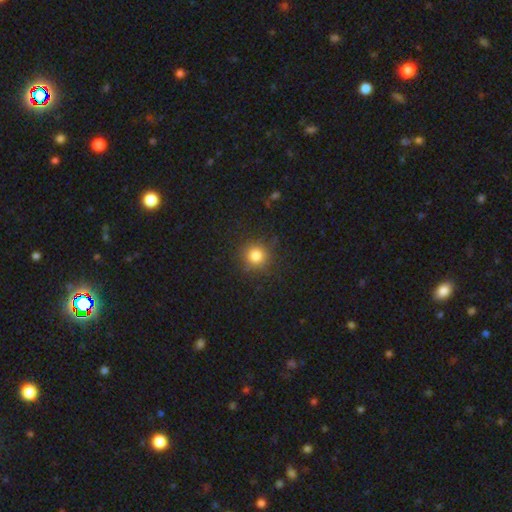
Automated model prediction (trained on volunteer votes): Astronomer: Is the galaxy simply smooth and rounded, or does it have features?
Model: smooth — 81%.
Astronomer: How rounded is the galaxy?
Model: round — 93%.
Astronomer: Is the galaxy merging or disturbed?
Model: none — 87%.